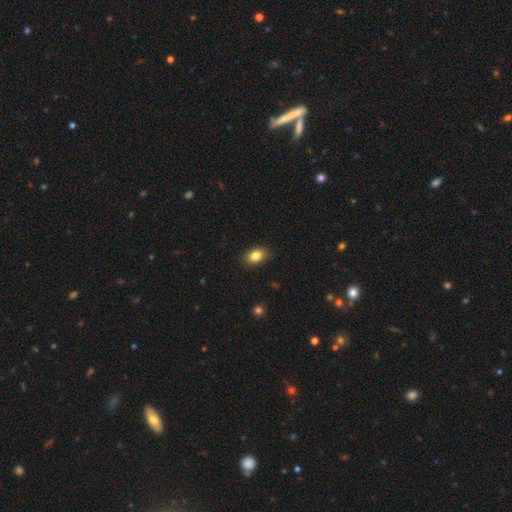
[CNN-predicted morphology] A smooth galaxy with no disk features (84%) that is in between round and cigar-shaped (82%). Merging: none (89%).